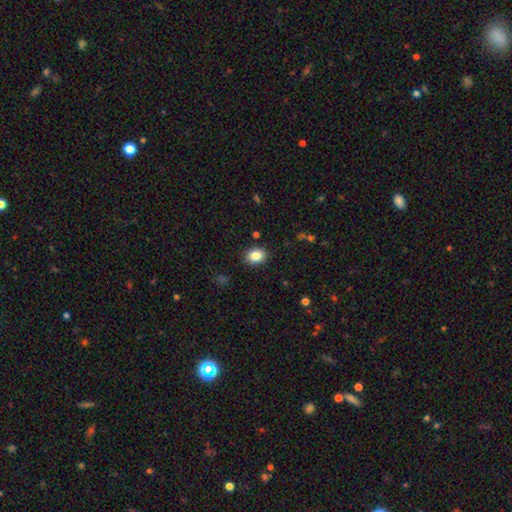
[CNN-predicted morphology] Smooth or featured: smooth — 85% (star or artifact — 9%)
How rounded: in between — 58% (round — 41%)
Merging: none — 88% (minor disturbance — 8%)